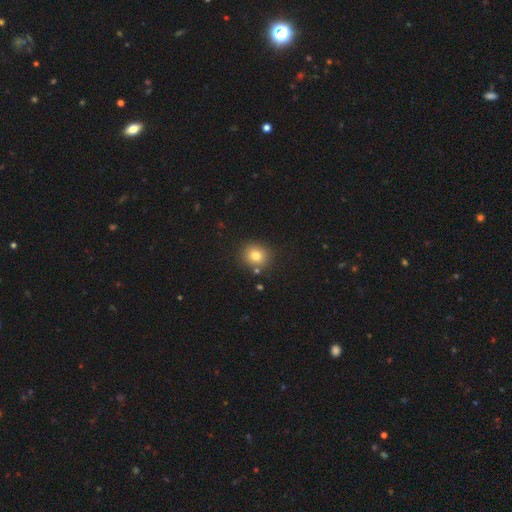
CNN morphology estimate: A smooth galaxy with no disk features (79%) that is round (83%). Merging: none (83%).